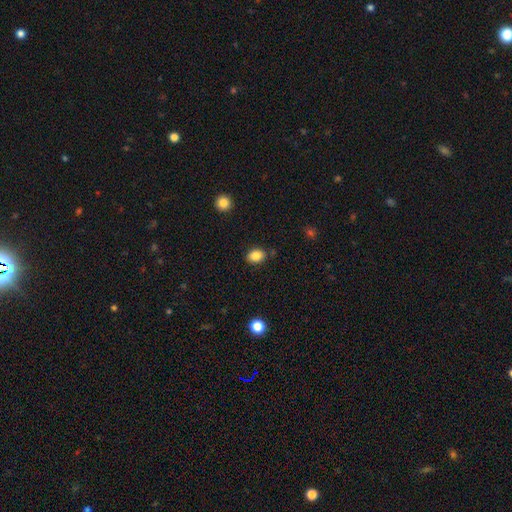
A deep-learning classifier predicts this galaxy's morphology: A smooth galaxy with no disk features (86%) that is in between round and cigar-shaped (66%). Merging: none (83%).